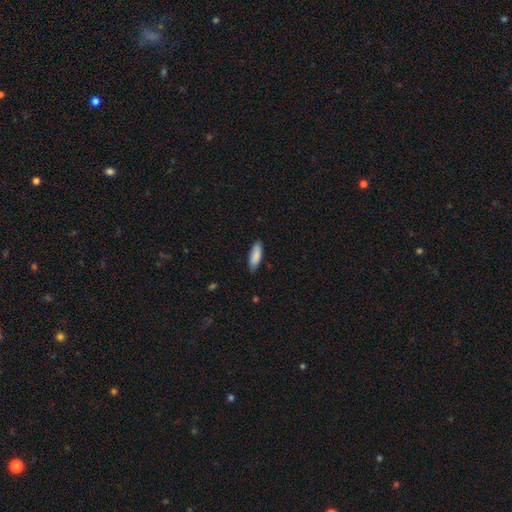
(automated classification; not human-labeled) Smooth or featured? smooth (87%)
How rounded? in between (61%)
Merging? none (82%)